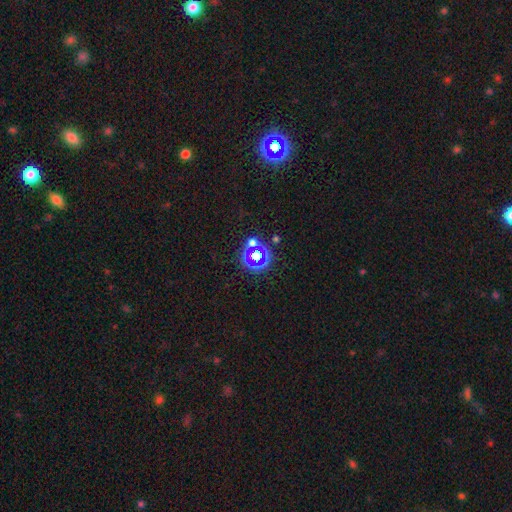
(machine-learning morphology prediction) A star or artifact, not a galaxy (58%).

Vote fractions:
- Smooth or featured? star or artifact: 58% / smooth: 28% / featured or disk: 15%